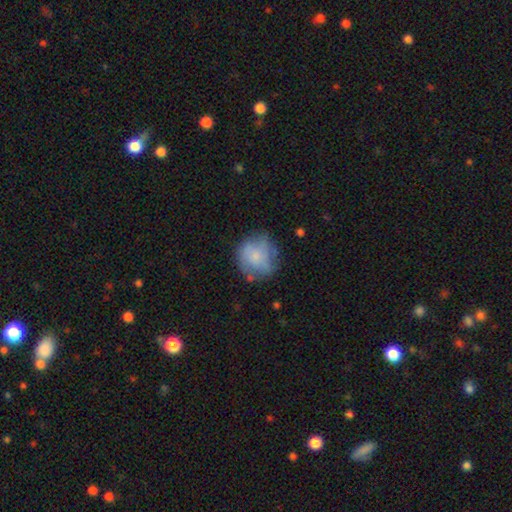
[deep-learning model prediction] smooth_or_featured: smooth (p=0.60) [alt: featured or disk p=0.31]
how_rounded: round (p=0.87) [alt: in between p=0.12]
merging: none (p=0.65) [alt: minor disturbance p=0.22]